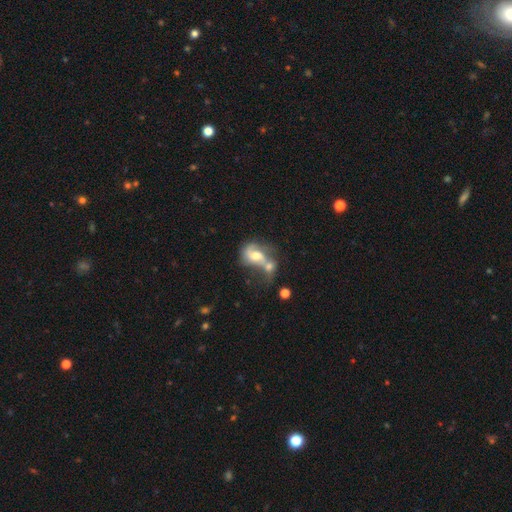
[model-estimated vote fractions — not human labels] smooth-or-featured: featured or disk: 59% | smooth: 32% | star or artifact: 8%
  disk-edge-on: no: 97% | yes: 3%
    bar: no: 58% | weak: 34% | strong: 9%
    has-spiral-arms: yes: 76% | no: 24%
    bulge-size: moderate: 64% | large: 17% | small: 14% | none: 3% | dominant: 2%
  merging: merger: 64% | none: 15% | major disturbance: 12% | minor disturbance: 9%